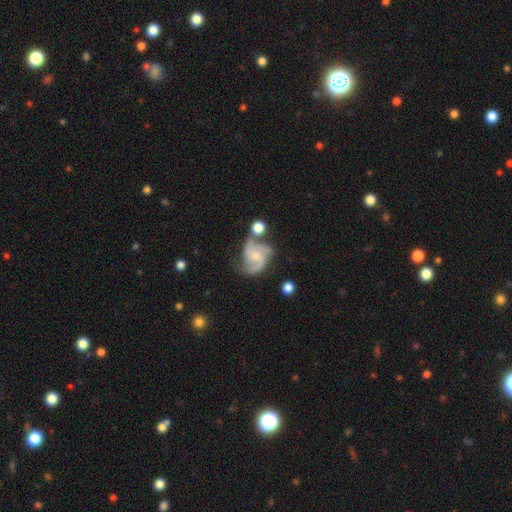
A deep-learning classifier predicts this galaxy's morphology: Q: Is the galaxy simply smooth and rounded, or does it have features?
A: featured or disk — 84%.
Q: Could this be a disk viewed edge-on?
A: no — 98%.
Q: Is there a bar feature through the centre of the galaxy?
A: no — 57%.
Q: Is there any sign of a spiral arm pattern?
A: yes — 96%.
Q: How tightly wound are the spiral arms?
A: medium — 55%.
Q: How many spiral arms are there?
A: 2 — 50%.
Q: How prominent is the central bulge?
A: small — 53%.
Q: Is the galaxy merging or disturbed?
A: none — 48%.